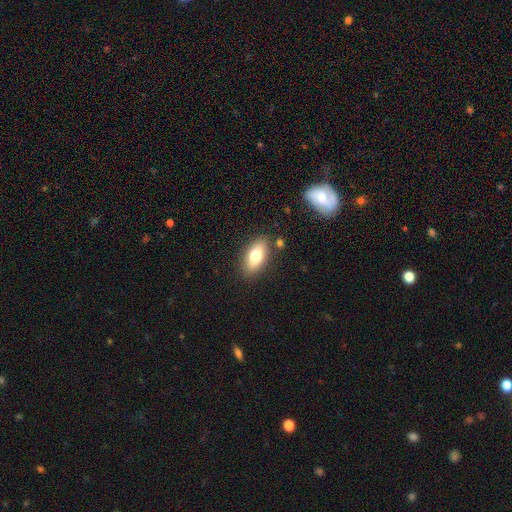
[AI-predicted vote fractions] Morphology: type=smooth (74%); roundness=in between (87%); merging=none (83%).